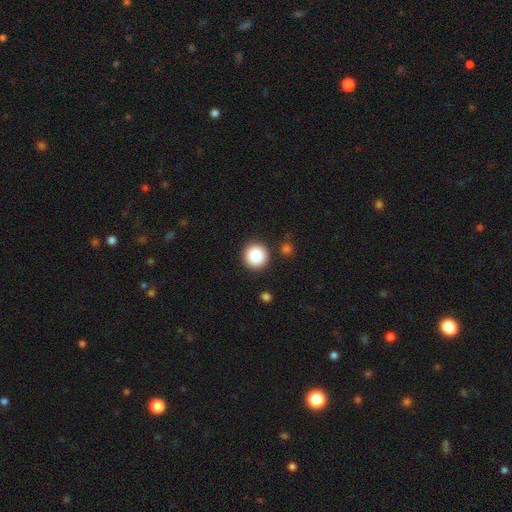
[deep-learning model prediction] Smooth or featured?
  - smooth: 87% *
  - star or artifact: 9%
  - featured or disk: 4%
How rounded?
  - round: 96% *
  - in between: 3%
  - cigar-shaped: 1%
Merging?
  - none: 90% *
  - minor disturbance: 6%
  - merger: 2%
  - major disturbance: 2%